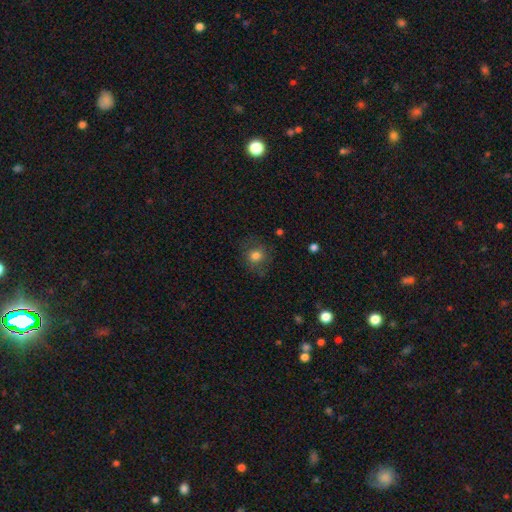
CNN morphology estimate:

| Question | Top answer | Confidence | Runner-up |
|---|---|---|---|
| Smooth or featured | smooth | 78% | star or artifact (12%) |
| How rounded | round | 82% | in between (17%) |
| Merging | none | 79% | minor disturbance (14%) |